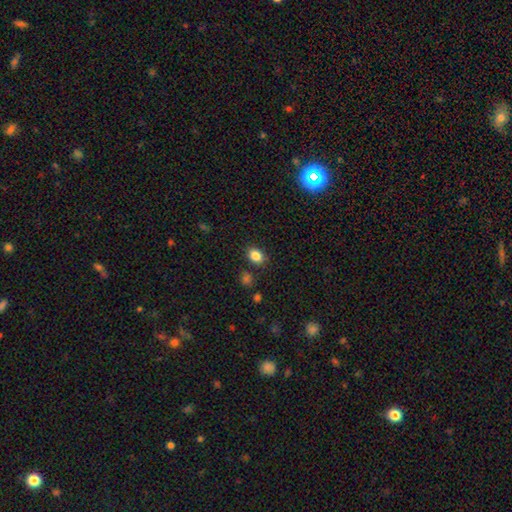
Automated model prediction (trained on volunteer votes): A smooth galaxy with no disk features (84%) that is in between round and cigar-shaped (65%). Merging: none (82%).